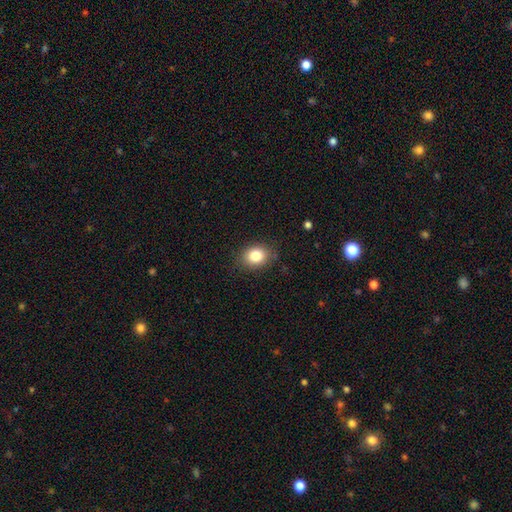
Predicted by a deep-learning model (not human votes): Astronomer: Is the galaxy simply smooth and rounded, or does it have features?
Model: smooth — 83%.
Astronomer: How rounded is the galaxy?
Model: in between — 55% (runner-up: round, 44%).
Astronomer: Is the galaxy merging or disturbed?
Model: none — 83%.